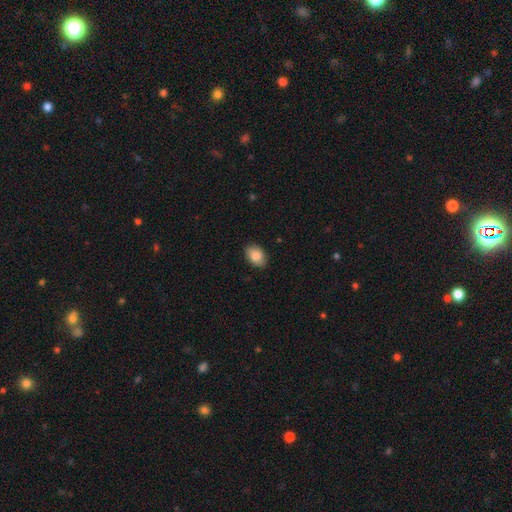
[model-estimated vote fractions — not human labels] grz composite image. It shows a smooth galaxy with no disk features (87%) that is in between round and cigar-shaped (85%). Merging: none (86%).